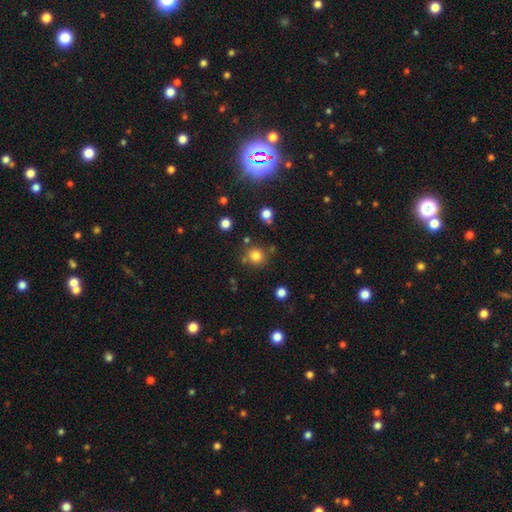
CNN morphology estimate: A smooth galaxy with no disk features (80%) that is round (90%). Merging: none (79%).